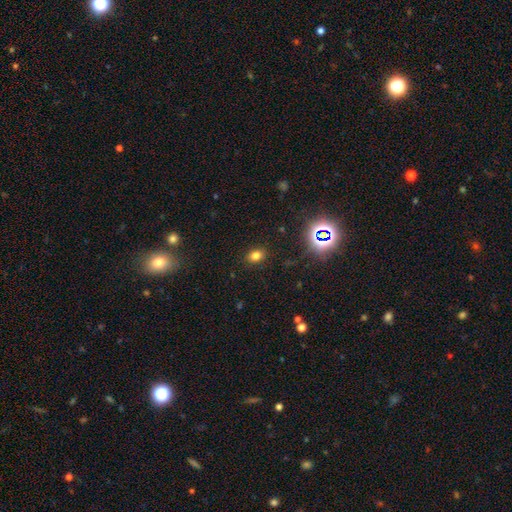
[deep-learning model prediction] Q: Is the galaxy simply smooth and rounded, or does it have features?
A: smooth — 74%.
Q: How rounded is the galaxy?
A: in between — 63%.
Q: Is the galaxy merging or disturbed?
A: none — 87%.